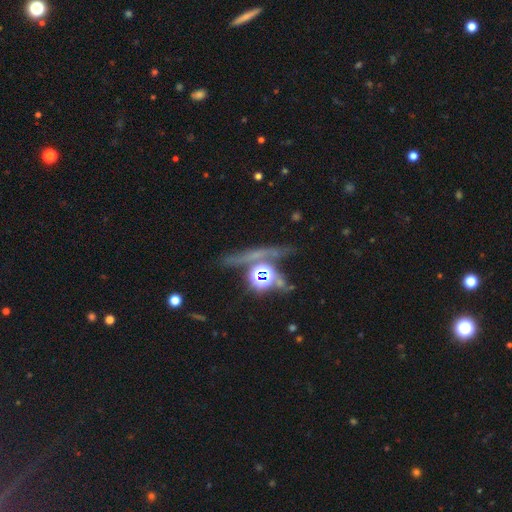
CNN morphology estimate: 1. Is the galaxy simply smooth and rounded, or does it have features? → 59% star or artifact, 23% featured or disk, 18% smooth.